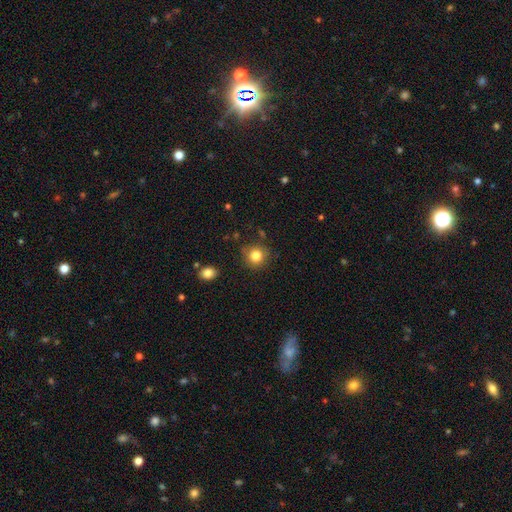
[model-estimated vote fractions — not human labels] This is clearly a smooth galaxy (82%). How rounded: clearly round (89%). Merging: clearly none (84%).